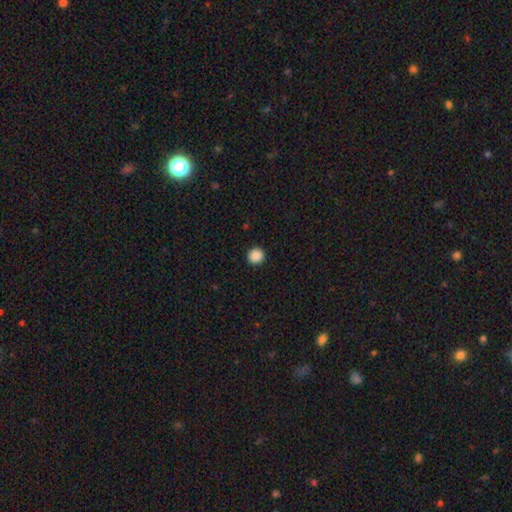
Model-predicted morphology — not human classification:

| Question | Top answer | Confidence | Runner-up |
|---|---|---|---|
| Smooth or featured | smooth | 89% | star or artifact (9%) |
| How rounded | round | 95% | in between (5%) |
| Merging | none | 93% | minor disturbance (4%) |